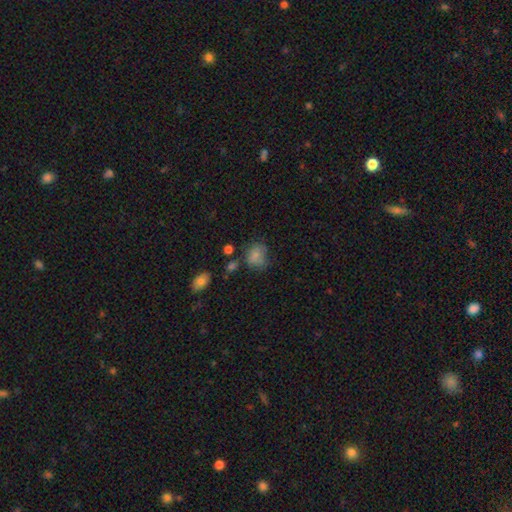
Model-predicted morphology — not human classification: Q: Smooth or featured?
A: smooth (77%); runner-up: featured or disk (12%)
Q: How rounded?
A: round (54%); runner-up: in between (45%)
Q: Merging?
A: none (50%); runner-up: minor disturbance (28%)